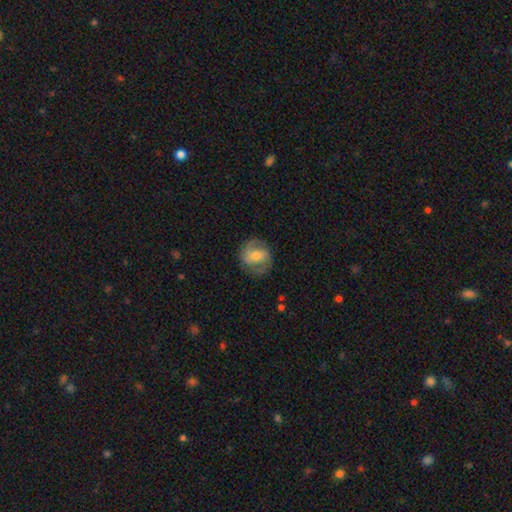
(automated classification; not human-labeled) Smooth or featured?
  - featured or disk: 62% *
  - smooth: 31%
  - star or artifact: 7%
Edge-on disk?
  - no: 97% *
  - yes: 3%
Bar?
  - weak: 47% *
  - no: 34%
  - strong: 19%
Spiral arms?
  - yes: 87% *
  - no: 13%
Spiral winding?
  - medium: 48% *
  - tight: 27%
  - loose: 25%
Spiral arm count?
  - 2: 73% *
  - can't tell: 12%
  - 3: 7%
  - 1: 5%
  - 4: 2%
  - more than 4: 2%
Bulge size?
  - moderate: 54% *
  - small: 34%
  - large: 7%
  - none: 4%
  - dominant: 1%
Merging?
  - none: 73% *
  - minor disturbance: 17%
  - major disturbance: 9%
  - merger: 1%